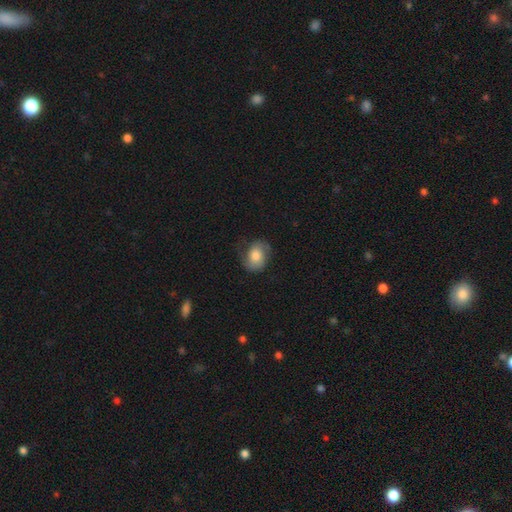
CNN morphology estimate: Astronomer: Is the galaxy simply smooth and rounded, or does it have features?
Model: featured or disk — 49% (runner-up: smooth, 44%).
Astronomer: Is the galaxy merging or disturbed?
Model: none — 64%.